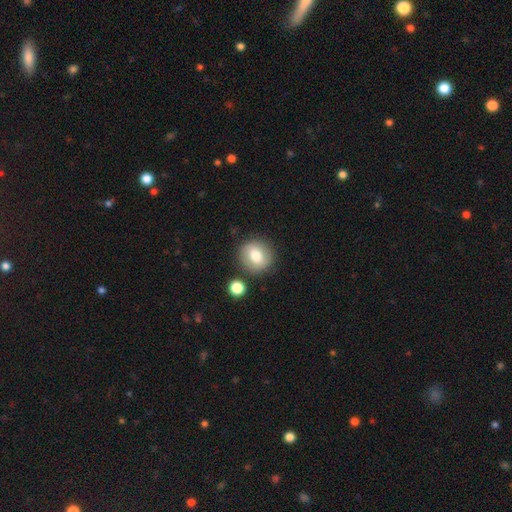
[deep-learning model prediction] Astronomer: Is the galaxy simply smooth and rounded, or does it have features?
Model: smooth — 73%.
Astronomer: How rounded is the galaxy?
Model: round — 87%.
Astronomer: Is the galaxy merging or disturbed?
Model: none — 82%.